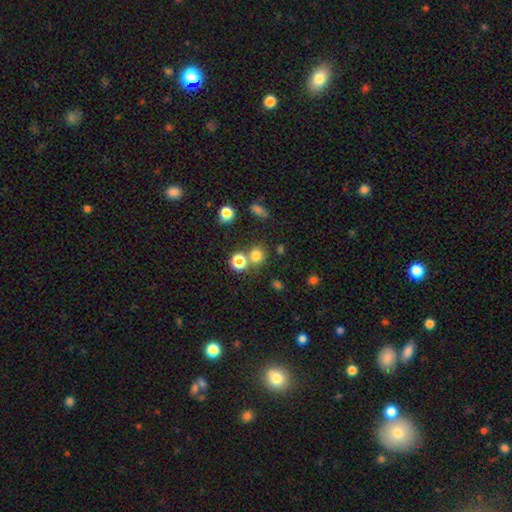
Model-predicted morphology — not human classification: type=smooth (74%); roundness=round (83%); merging=none (64%).